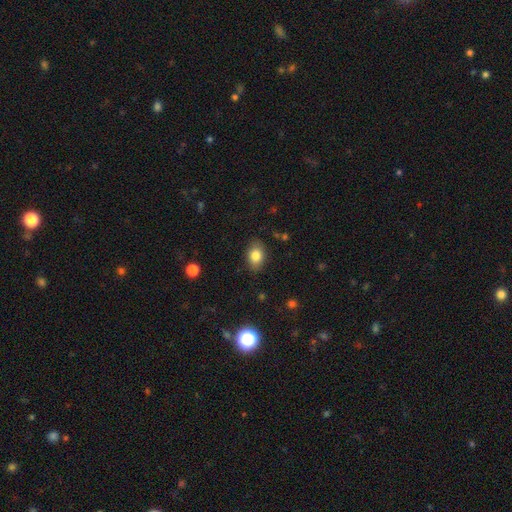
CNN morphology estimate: smooth-or-featured: smooth: 82% | star or artifact: 9% | featured or disk: 9%
  how-rounded: in between: 82% | round: 17% | cigar-shaped: 1%
  merging: none: 83% | minor disturbance: 12% | major disturbance: 3% | merger: 1%